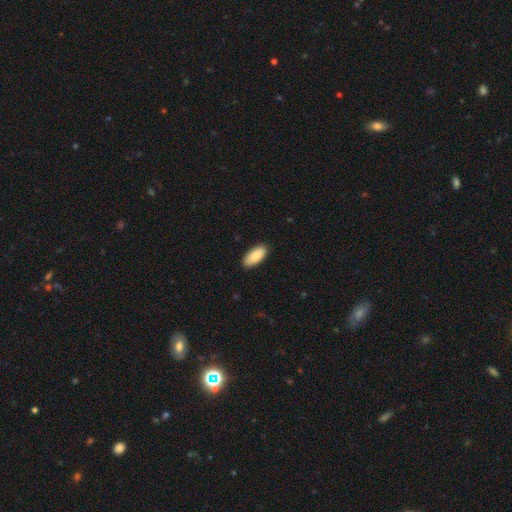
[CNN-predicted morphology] type=smooth (86%); roundness=in between (89%); merging=none (89%).